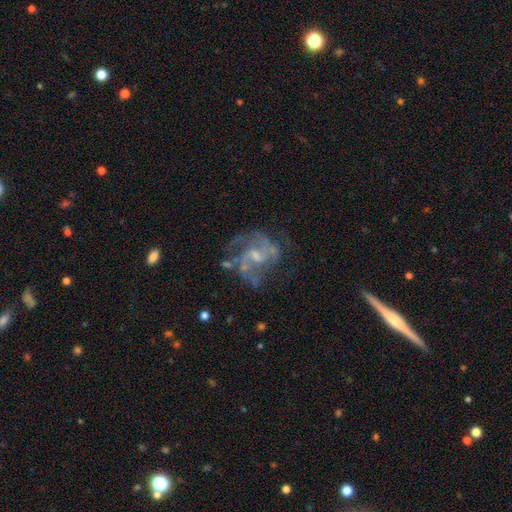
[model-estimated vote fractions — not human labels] featured or disk 83%, smooth 9%, star or artifact 9%. Down the decision tree: edge-on disk — no (98%); bar — weak (48%); spiral arms — yes (87%); spiral arm count — 2 (42%); spiral winding — medium (50%); bulge size — small (50%); merging — none (53%).